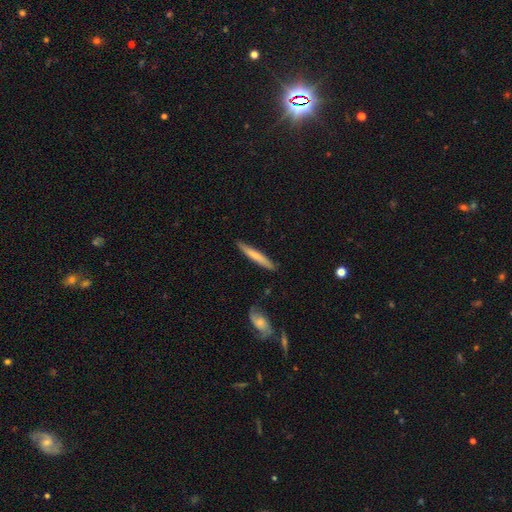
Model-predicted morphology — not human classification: This appears to be a smooth galaxy with no disk features (66%) that is cigar-shaped (95%). Merging: none (87%).